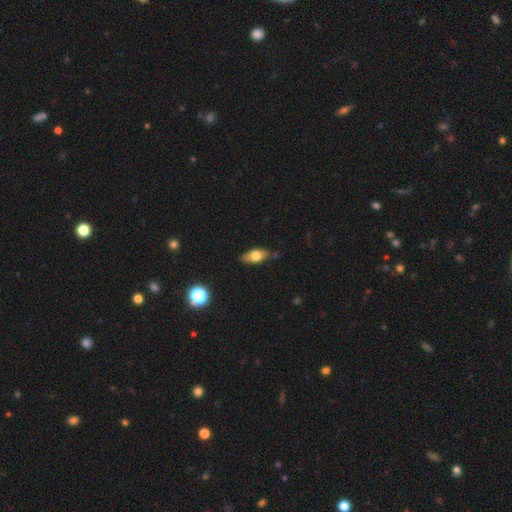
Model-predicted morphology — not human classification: The model was most divided on "smooth or featured": smooth: 65%, featured or disk: 28%, star or artifact: 7%. More confident: how rounded — in between (83%); merging — none (80%).